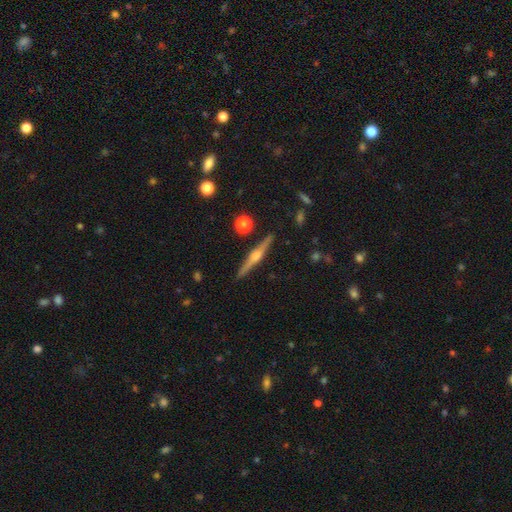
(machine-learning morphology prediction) This appears to be a featured or disk galaxy (78%) viewed edge-on (98%) with a rounded central bulge (88%). Merging: none (91%).